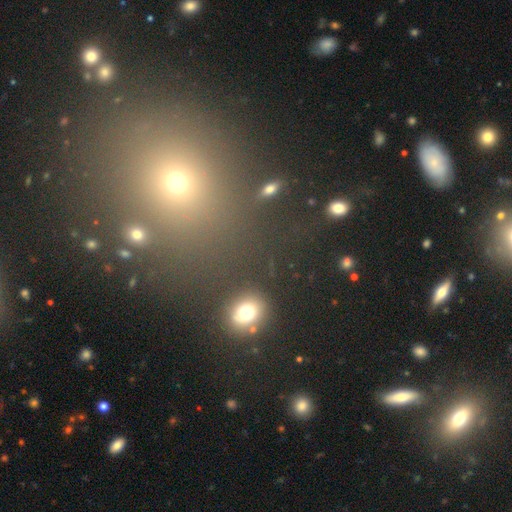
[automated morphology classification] Smooth or featured?
  - smooth: 49% *
  - star or artifact: 40%
  - featured or disk: 11%
Merging?
  - none: 80% *
  - minor disturbance: 9%
  - merger: 7%
  - major disturbance: 5%